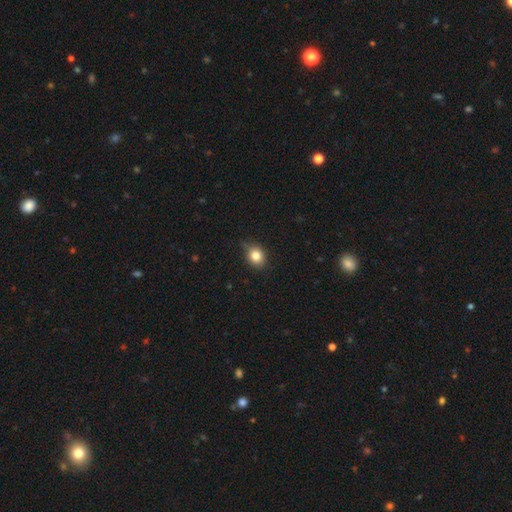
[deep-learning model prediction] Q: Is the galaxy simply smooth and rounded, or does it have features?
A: smooth — 82%.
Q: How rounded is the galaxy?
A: round — 53%.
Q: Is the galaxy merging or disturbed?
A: none — 73%.